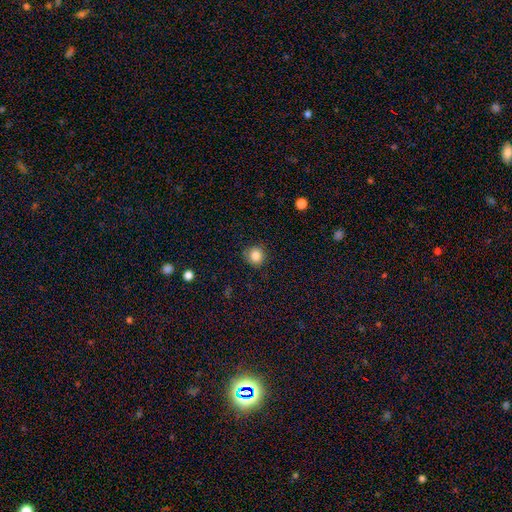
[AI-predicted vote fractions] The model was most divided on "smooth or featured": smooth: 84%, star or artifact: 11%, featured or disk: 5%. More confident: how rounded — round (92%); merging — none (87%).